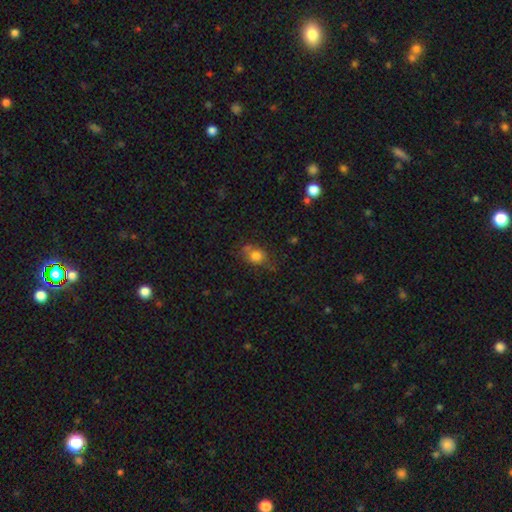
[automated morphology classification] type=smooth (75%); roundness=in between (52%); merging=none (56%).